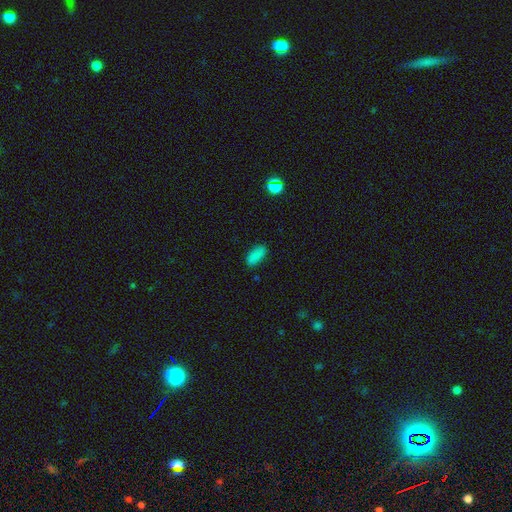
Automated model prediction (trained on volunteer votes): Q: Smooth or featured?
A: smooth (85%); runner-up: star or artifact (10%)
Q: How rounded?
A: in between (88%); runner-up: cigar-shaped (10%)
Q: Merging?
A: none (82%); runner-up: minor disturbance (13%)